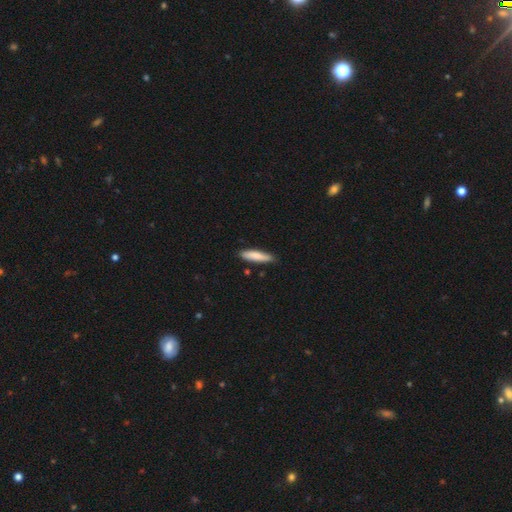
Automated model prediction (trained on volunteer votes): Morphology: type=smooth (81%); roundness=cigar-shaped (78%); merging=none (82%).